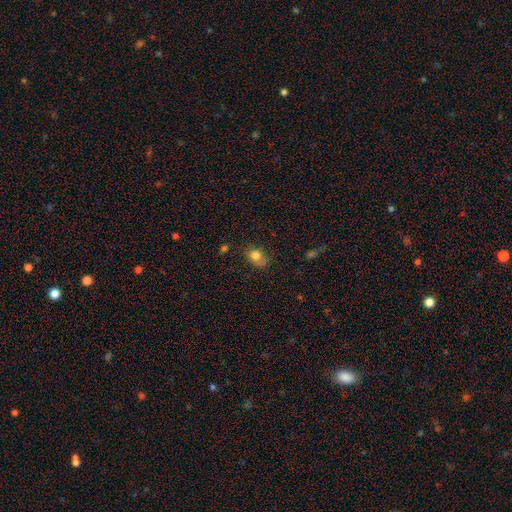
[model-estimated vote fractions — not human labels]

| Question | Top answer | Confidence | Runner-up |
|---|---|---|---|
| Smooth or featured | smooth | 78% | featured or disk (12%) |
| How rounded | in between | 67% | round (32%) |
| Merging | none | 64% | minor disturbance (25%) |